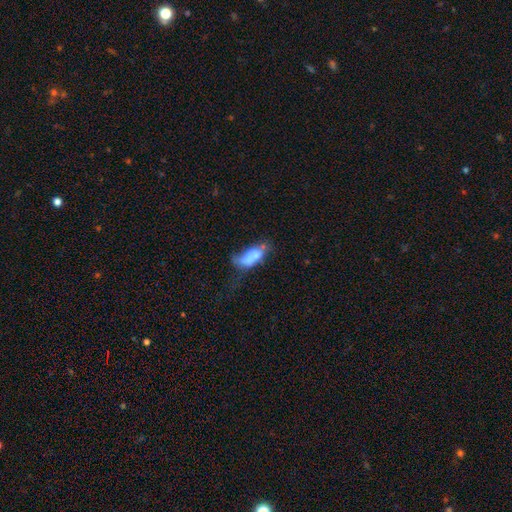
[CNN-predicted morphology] This is likely a smooth galaxy (65%). How rounded: clearly in between (82%). Merging: marginally major disturbance (27%, tied with none).